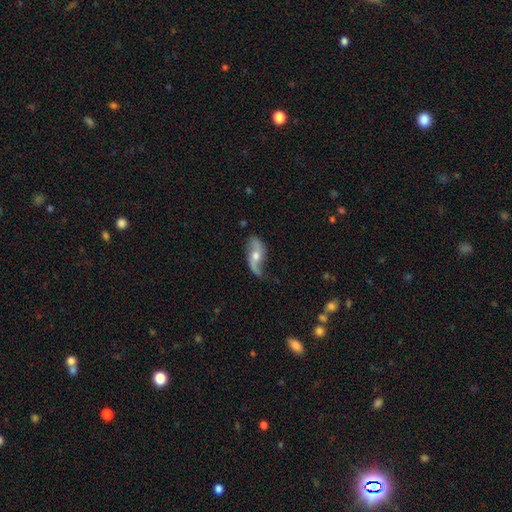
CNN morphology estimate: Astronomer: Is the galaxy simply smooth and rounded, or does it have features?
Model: featured or disk — 80%.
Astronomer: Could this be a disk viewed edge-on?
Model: no — 92%.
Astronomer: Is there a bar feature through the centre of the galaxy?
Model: no — 62%.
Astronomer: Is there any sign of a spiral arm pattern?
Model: yes — 93%.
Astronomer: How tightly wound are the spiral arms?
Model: loose — 83%.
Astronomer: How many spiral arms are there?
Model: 2 — 90%.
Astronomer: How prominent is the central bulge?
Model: moderate — 67%.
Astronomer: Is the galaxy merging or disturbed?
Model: none — 66%.